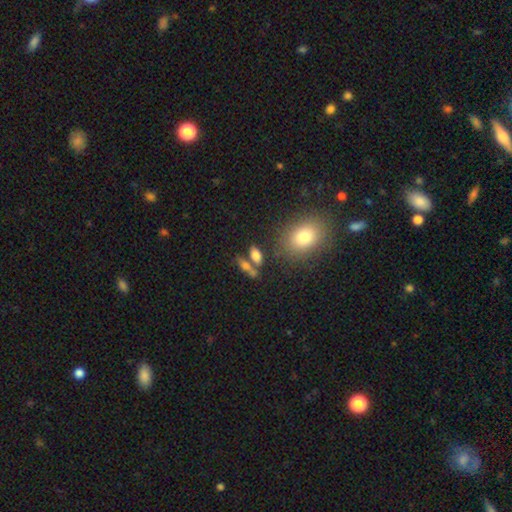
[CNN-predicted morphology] A smooth galaxy with no disk features (73%) that is in between round and cigar-shaped (74%).

Vote fractions:
- Smooth or featured? smooth: 73% / featured or disk: 17% / star or artifact: 11%
- How rounded? in between: 74% / cigar-shaped: 18% / round: 8%
- Merging? none: 55% / merger: 27% / minor disturbance: 12% / major disturbance: 6%